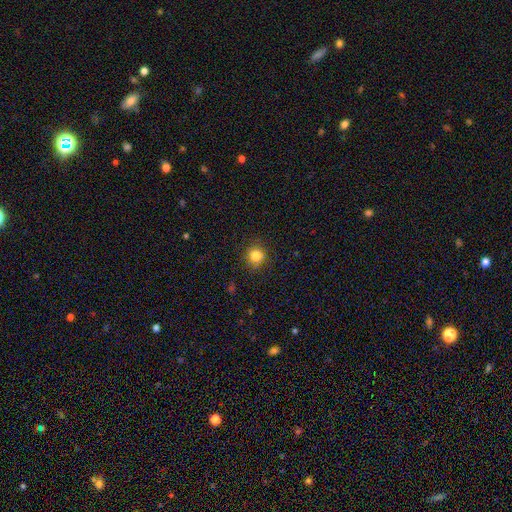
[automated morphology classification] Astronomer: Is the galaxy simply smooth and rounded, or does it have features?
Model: smooth — 83%.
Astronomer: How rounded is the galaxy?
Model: round — 89%.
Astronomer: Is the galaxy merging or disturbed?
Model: none — 87%.